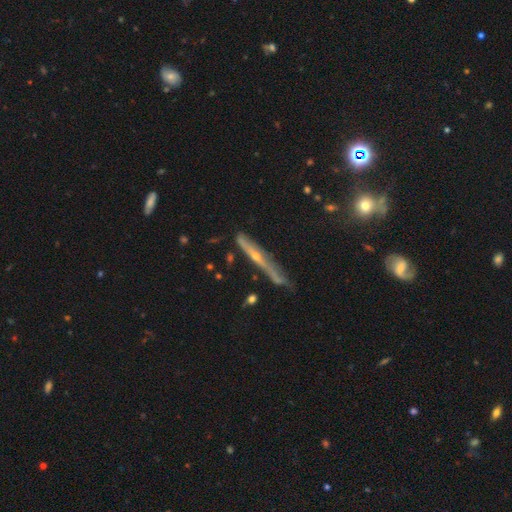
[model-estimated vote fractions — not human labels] featured or disk 73%, smooth 19%, star or artifact 8%. Down the decision tree: edge-on disk — yes (93%); edge-on bulge — rounded (72%); merging — none (68%).